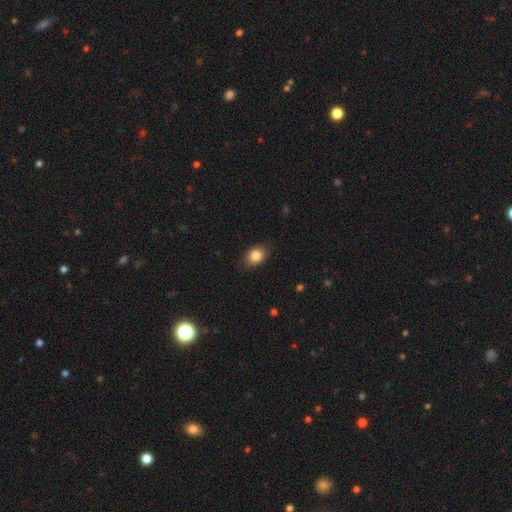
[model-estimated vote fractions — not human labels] smooth 84%, star or artifact 9%, featured or disk 7%. Down the decision tree: how rounded — in between (67%); merging — none (85%).